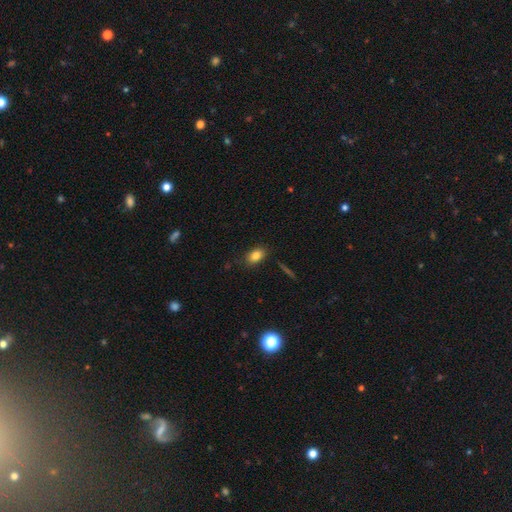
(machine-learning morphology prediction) Overall: smooth (83%). How rounded: in between (82%). Merging: none (82%).